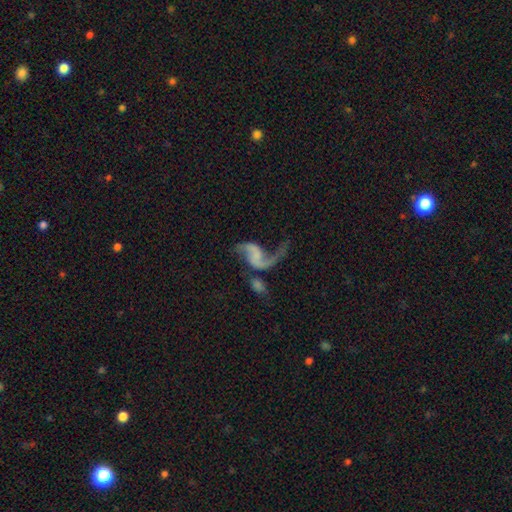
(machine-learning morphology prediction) featured or disk 85%, smooth 9%, star or artifact 6%. Down the decision tree: edge-on disk — no (97%); bar — no (52%); spiral arms — yes (94%); spiral arm count — 2 (84%); spiral winding — loose (85%); bulge size — none (61%); merging — none (43%).